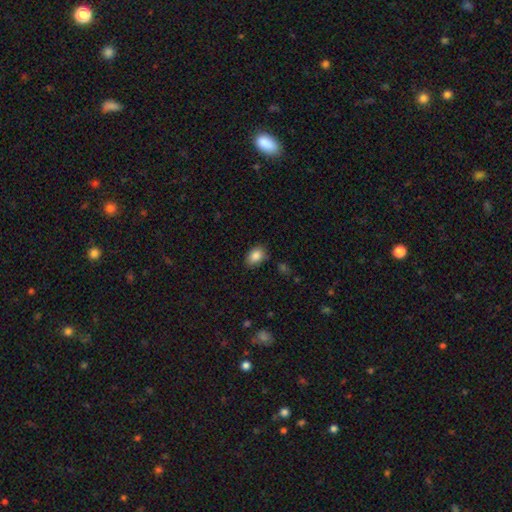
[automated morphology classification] This is clearly a smooth galaxy (86%). How rounded: clearly in between (84%). Merging: clearly none (81%).